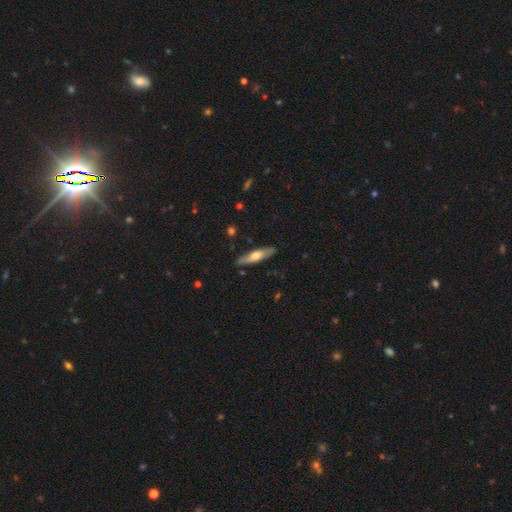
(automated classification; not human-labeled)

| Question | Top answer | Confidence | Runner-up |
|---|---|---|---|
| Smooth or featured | smooth | 51% | featured or disk (43%) |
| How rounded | cigar-shaped | 73% | in between (25%) |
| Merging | none | 87% | minor disturbance (10%) |